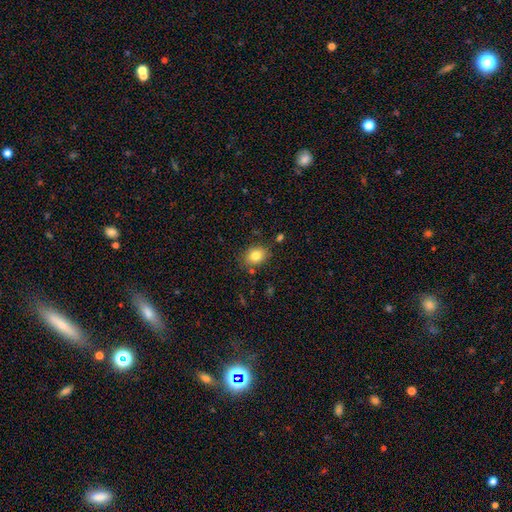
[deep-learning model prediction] A smooth galaxy with no disk features (82%) that is in between round and cigar-shaped (53%). Merging: none (81%).